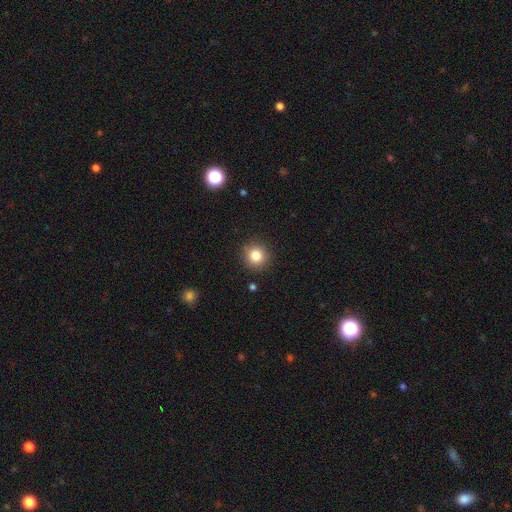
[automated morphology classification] This appears to be a smooth galaxy with no disk features (82%) that is round (93%). Merging: none (90%).